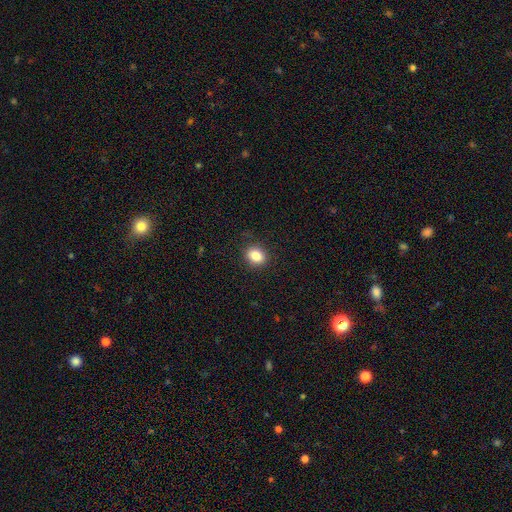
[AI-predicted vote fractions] Q: Smooth or featured?
A: smooth (84%); runner-up: star or artifact (10%)
Q: How rounded?
A: round (52%); runner-up: in between (47%)
Q: Merging?
A: none (88%); runner-up: minor disturbance (9%)